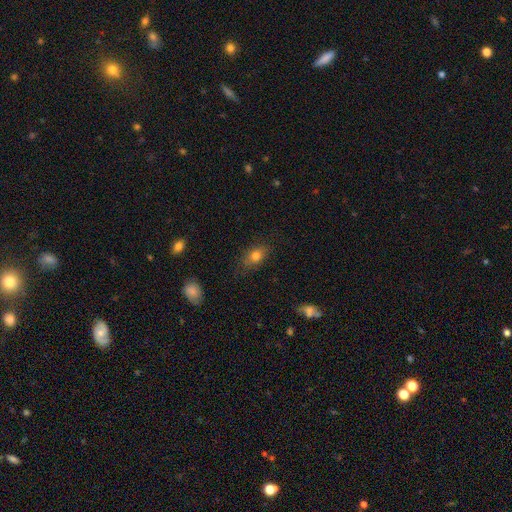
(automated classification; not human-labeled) smooth_or_featured: smooth (p=0.77) [alt: featured or disk p=0.13]
how_rounded: in between (p=0.77) [alt: round p=0.20]
merging: none (p=0.79) [alt: minor disturbance p=0.16]